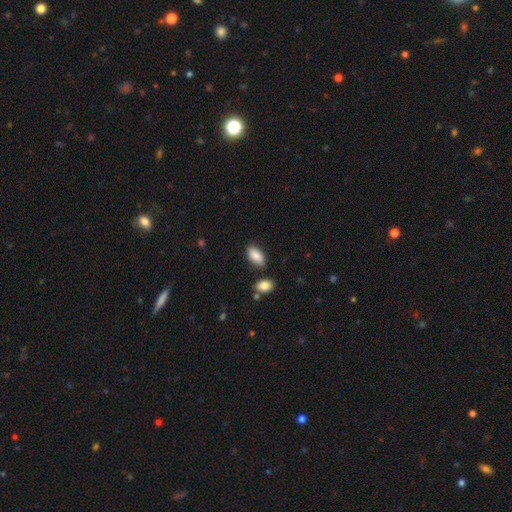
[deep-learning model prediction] This appears to be a smooth galaxy with no disk features (87%) that is in between round and cigar-shaped (93%). Merging: none (82%).